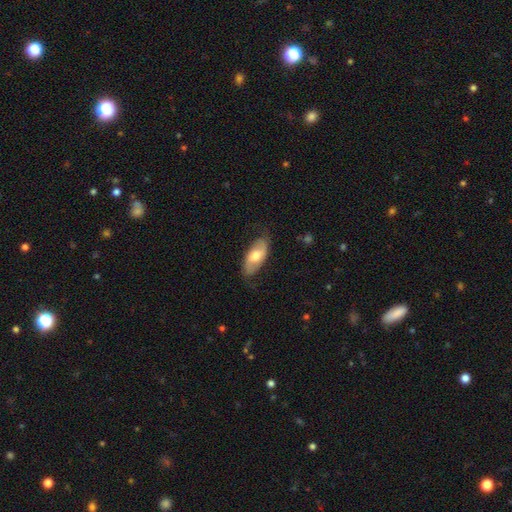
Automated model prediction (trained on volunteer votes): Smooth or featured? Predicted: smooth (p=0.54). How rounded? Predicted: in between (p=0.88). Merging? Predicted: none (p=0.76).